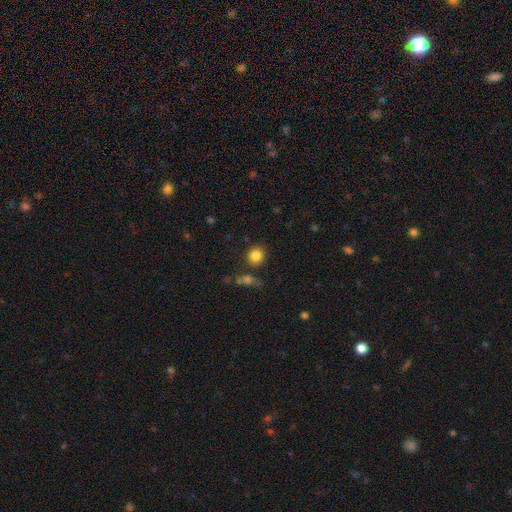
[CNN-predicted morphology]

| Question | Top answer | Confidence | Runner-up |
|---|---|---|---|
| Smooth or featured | smooth | 83% | star or artifact (11%) |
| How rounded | round | 86% | in between (13%) |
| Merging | none | 81% | minor disturbance (10%) |